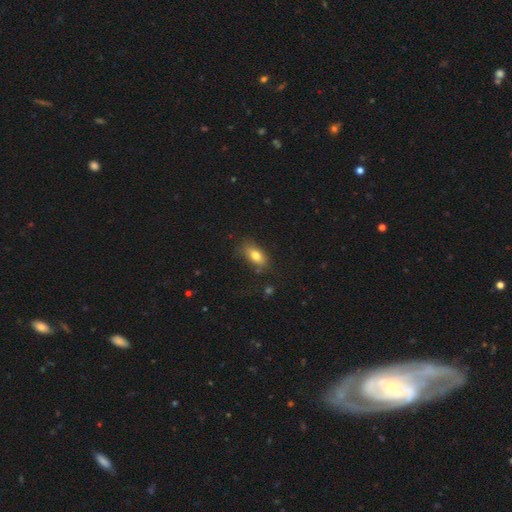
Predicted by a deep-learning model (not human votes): Smooth or featured: smooth — 76% (featured or disk — 15%)
How rounded: in between — 84% (cigar-shaped — 11%)
Merging: none — 71% (minor disturbance — 20%)